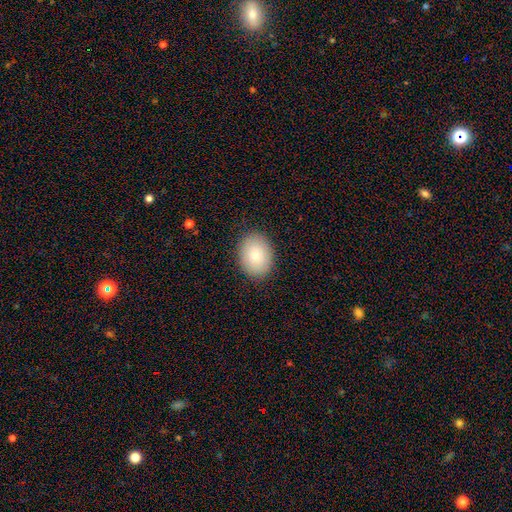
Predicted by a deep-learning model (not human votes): A smooth galaxy with no disk features (84%) that is in between round and cigar-shaped (64%). Merging: none (88%).